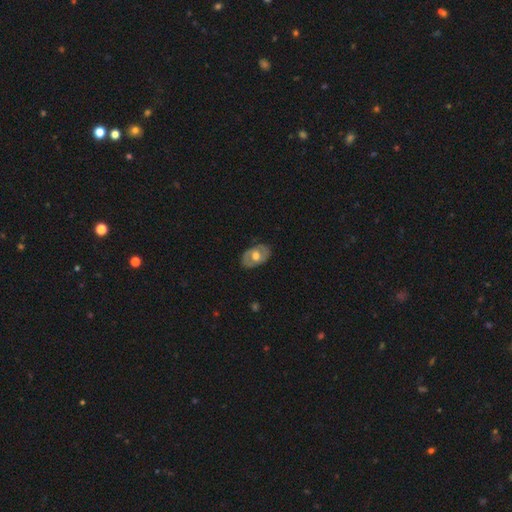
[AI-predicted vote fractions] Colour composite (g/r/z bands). It shows a featured or disk galaxy (59%) with no bar (67%), no spiral arms (53%) and a moderate central bulge (64%). Merging: none (81%).